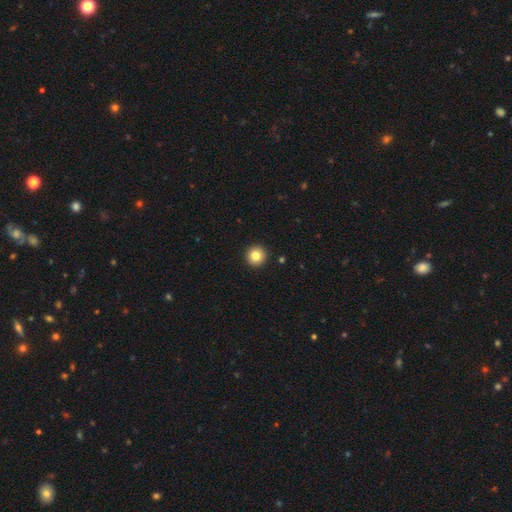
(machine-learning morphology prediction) This is clearly a smooth galaxy (82%). How rounded: clearly round (96%). Merging: clearly none (94%).